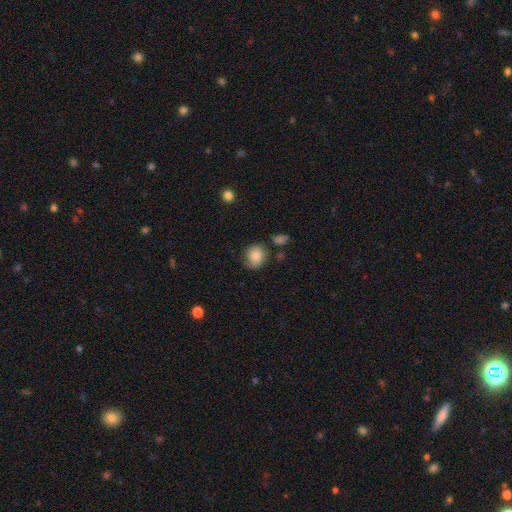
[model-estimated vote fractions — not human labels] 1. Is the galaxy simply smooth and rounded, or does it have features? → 85% smooth, 8% star or artifact, 7% featured or disk.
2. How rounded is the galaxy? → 73% round, 26% in between, 1% cigar-shaped.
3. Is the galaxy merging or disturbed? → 67% none, 23% minor disturbance, 6% major disturbance, 4% merger.